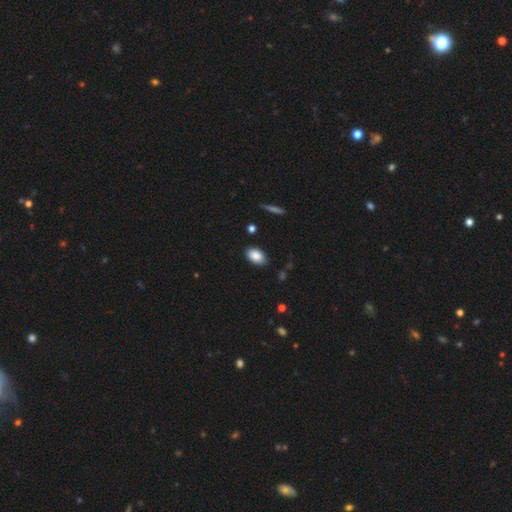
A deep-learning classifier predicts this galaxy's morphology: smooth 87%, star or artifact 8%, featured or disk 5%. Down the decision tree: how rounded — in between (90%); merging — none (84%).